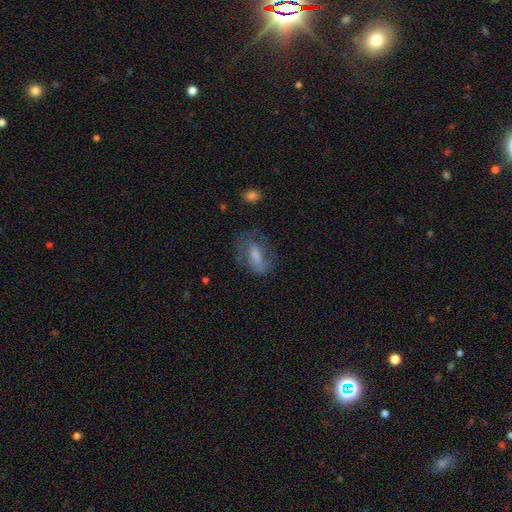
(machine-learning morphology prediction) smooth_or_featured: smooth (p=0.49) [alt: featured or disk p=0.41]
merging: none (p=0.46) [alt: major disturbance p=0.27]